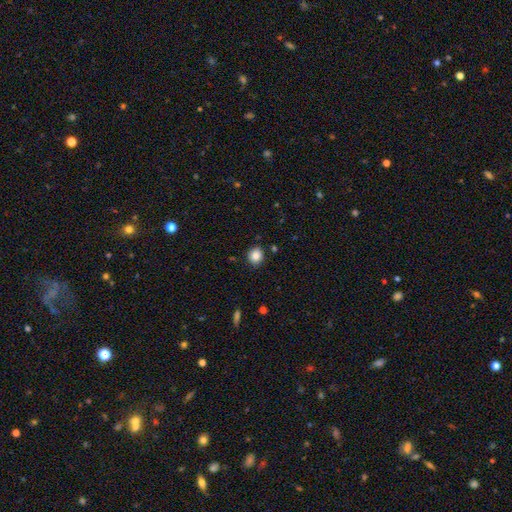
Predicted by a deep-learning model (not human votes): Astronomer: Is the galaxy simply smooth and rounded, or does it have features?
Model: smooth — 86%.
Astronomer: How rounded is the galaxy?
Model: round — 80%.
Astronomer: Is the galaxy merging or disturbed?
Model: none — 89%.